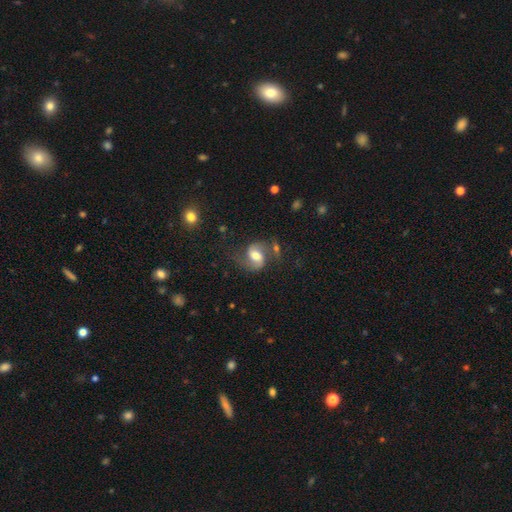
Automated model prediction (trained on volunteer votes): Smooth or featured: featured or disk — 72% (smooth — 20%)
Edge-on disk: no — 97% (yes — 3%)
Bar: weak — 48% (no — 31%)
Spiral arms: yes — 93% (no — 7%)
Spiral winding: medium — 49% (loose — 38%)
Spiral arm count: 2 — 88% (1 — 5%)
Bulge size: moderate — 54% (large — 27%)
Merging: none — 56% (minor disturbance — 19%)